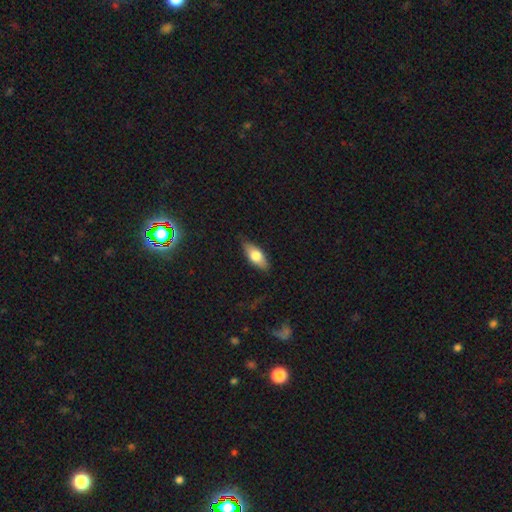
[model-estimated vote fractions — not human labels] Smooth or featured: smooth — 64% (featured or disk — 29%)
How rounded: in between — 77% (cigar-shaped — 20%)
Merging: none — 82% (minor disturbance — 14%)